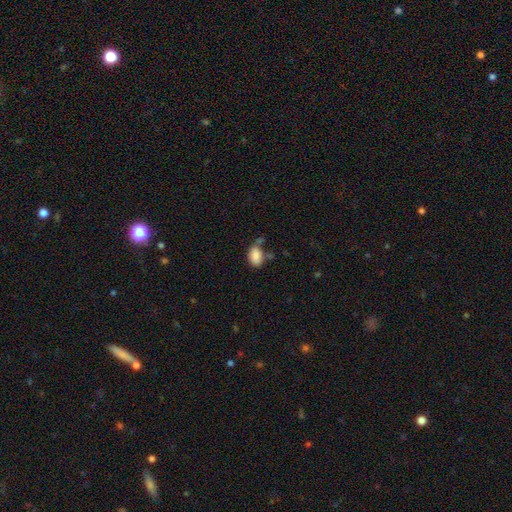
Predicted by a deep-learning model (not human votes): Overall: smooth (85%). How rounded: in between (86%). Merging: none (57%; minor disturbance 23%).